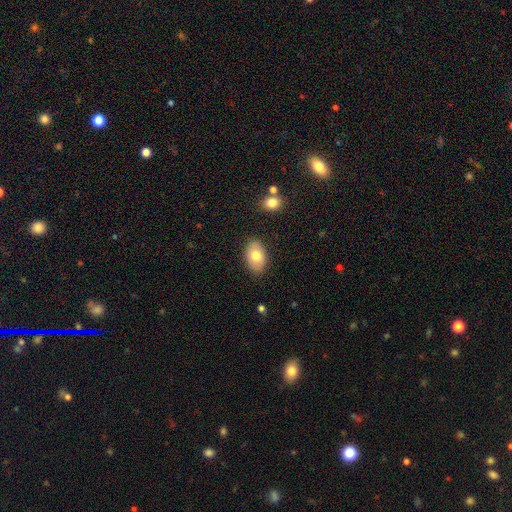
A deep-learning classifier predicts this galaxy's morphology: Q: Smooth or featured?
A: smooth (75%); runner-up: featured or disk (18%)
Q: How rounded?
A: in between (91%); runner-up: round (8%)
Q: Merging?
A: none (86%); runner-up: minor disturbance (10%)